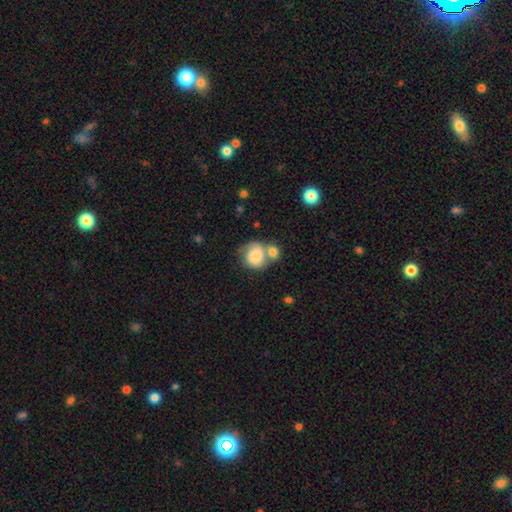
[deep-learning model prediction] Smooth or featured? smooth (68%)
How rounded? round (74%)
Merging? merger (50%)